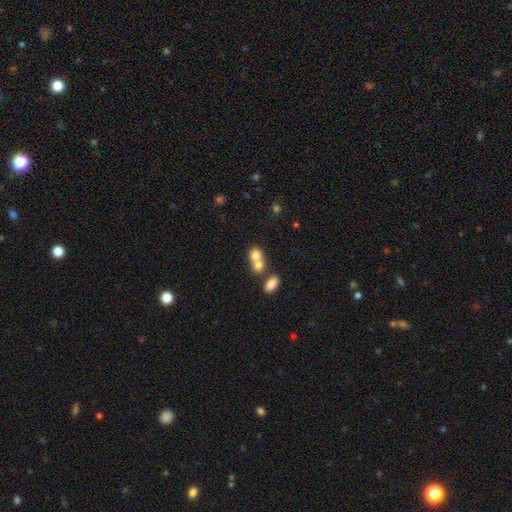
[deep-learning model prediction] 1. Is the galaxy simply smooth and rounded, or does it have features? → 76% smooth, 14% featured or disk, 10% star or artifact.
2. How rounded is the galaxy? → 57% round, 41% in between, 2% cigar-shaped.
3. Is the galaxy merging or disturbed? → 66% merger, 25% none, 6% minor disturbance, 3% major disturbance.